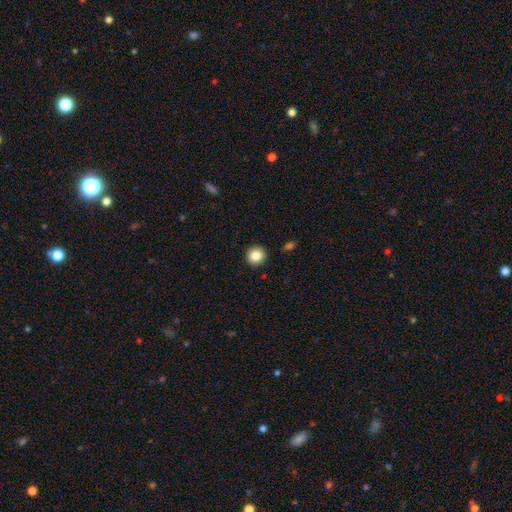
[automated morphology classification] Smooth or featured? Predicted: smooth (p=0.85). How rounded? Predicted: round (p=0.92). Merging? Predicted: none (p=0.92).